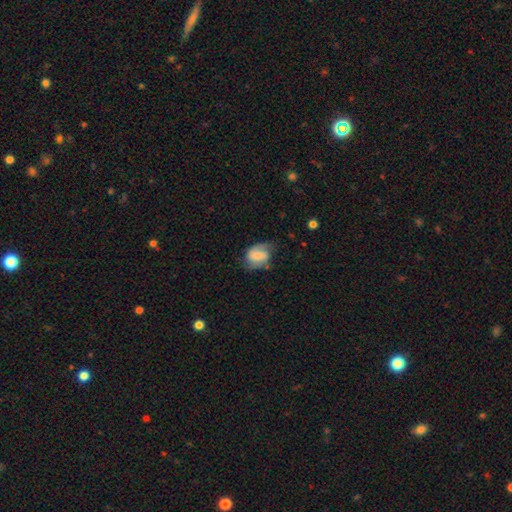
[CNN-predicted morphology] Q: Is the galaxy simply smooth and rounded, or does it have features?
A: featured or disk — 51%.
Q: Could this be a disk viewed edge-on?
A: no — 97%.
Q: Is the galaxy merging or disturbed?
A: none — 56%.